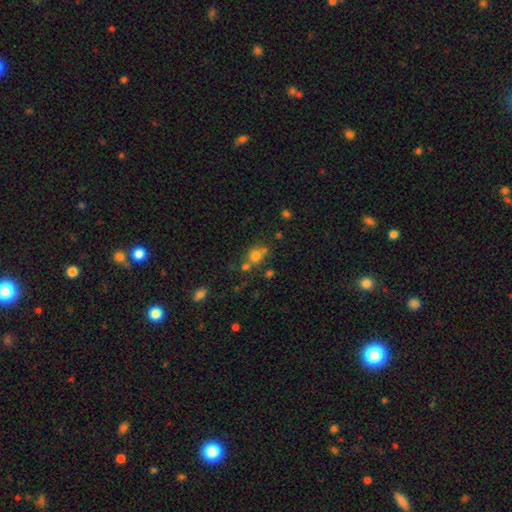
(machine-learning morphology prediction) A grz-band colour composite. It shows a smooth galaxy with no disk features (69%) that is round (79%). Merging: none (52%).